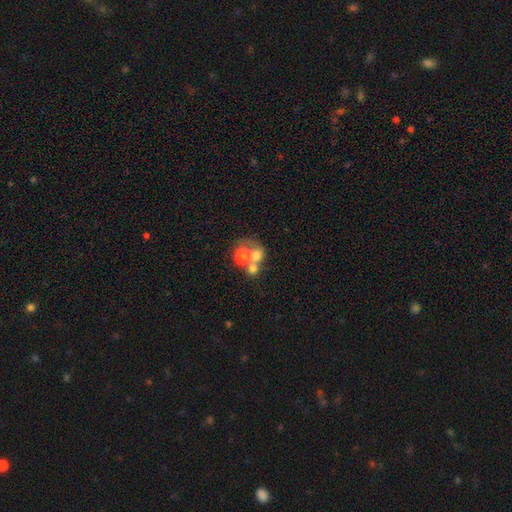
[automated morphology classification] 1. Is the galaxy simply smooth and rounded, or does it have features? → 63% smooth, 21% featured or disk, 16% star or artifact.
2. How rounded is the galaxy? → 75% round, 24% in between, 1% cigar-shaped.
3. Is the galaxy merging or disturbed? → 56% merger, 31% none, 6% minor disturbance, 6% major disturbance.